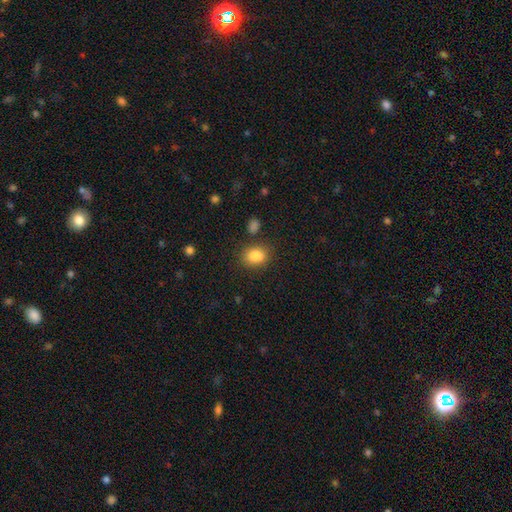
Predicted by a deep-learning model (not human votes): smooth-or-featured: smooth: 84% | star or artifact: 10% | featured or disk: 5%
  how-rounded: in between: 62% | round: 37% | cigar-shaped: 1%
  merging: none: 70% | minor disturbance: 16% | merger: 9% | major disturbance: 5%